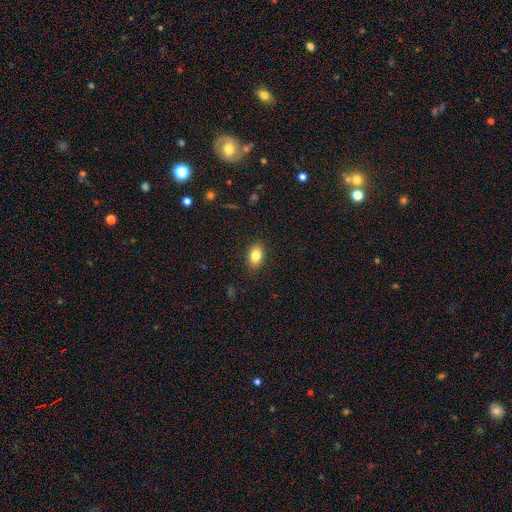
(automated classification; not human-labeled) A smooth galaxy with no disk features (83%) that is in between round and cigar-shaped (85%).

Vote fractions:
- Smooth or featured? smooth: 83% / star or artifact: 9% / featured or disk: 9%
- How rounded? in between: 85% / round: 13% / cigar-shaped: 2%
- Merging? none: 88% / minor disturbance: 9% / major disturbance: 2% / merger: 1%